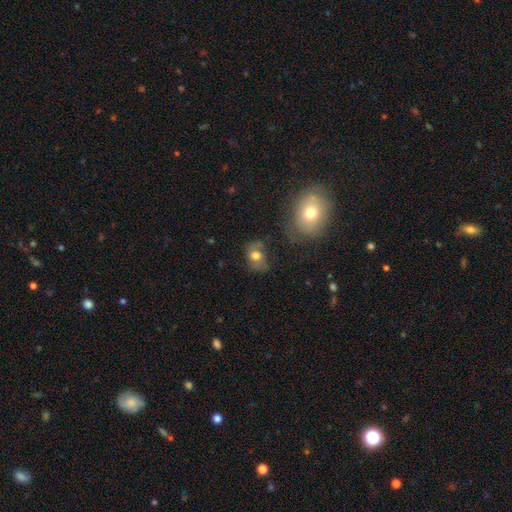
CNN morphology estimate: Smooth or featured? Predicted: smooth (p=0.65). How rounded? Predicted: in between (p=0.62). Merging? Predicted: none (p=0.52).